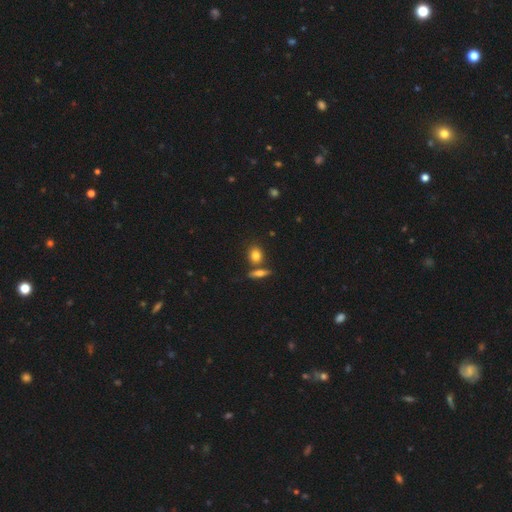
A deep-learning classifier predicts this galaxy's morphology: This is likely a smooth galaxy (79%). How rounded: possibly round (56%). Merging: likely none (67%).